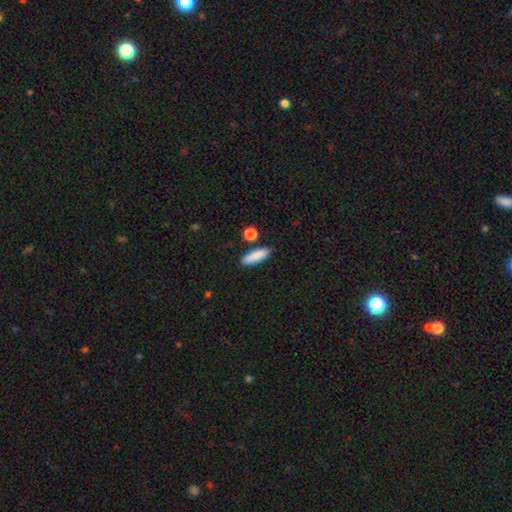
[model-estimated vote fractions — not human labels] smooth 87%, featured or disk 7%, star or artifact 7%. Down the decision tree: how rounded — cigar-shaped (59%); merging — none (83%).